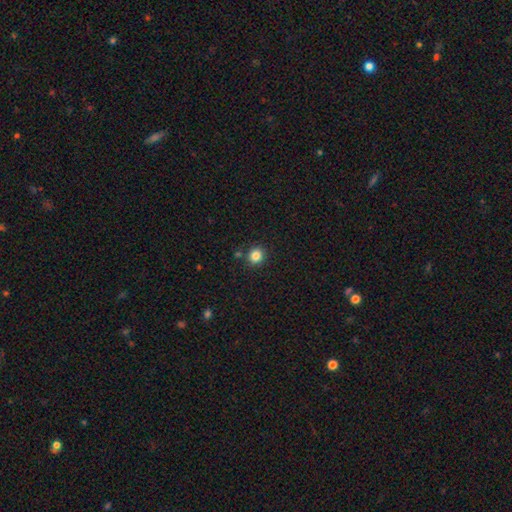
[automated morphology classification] This is clearly a smooth galaxy (84%). How rounded: clearly round (87%). Merging: clearly none (86%).